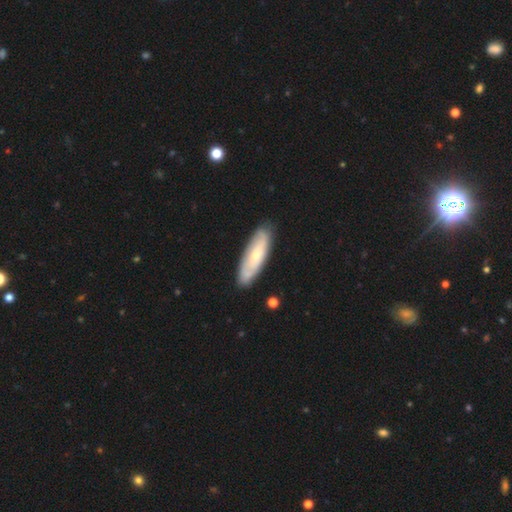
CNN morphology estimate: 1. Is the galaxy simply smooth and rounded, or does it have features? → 49% smooth, 46% featured or disk, 5% star or artifact.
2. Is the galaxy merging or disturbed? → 81% none, 14% minor disturbance, 3% major disturbance, 2% merger.